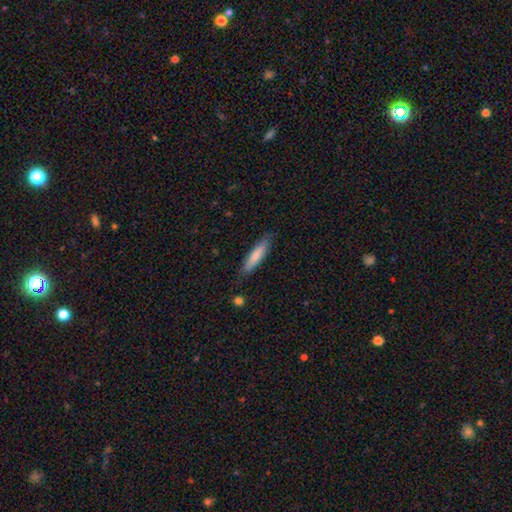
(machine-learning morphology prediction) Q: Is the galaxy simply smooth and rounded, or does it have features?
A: smooth — 79%.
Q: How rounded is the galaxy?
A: cigar-shaped — 78%.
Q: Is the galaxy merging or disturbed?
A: none — 81%.